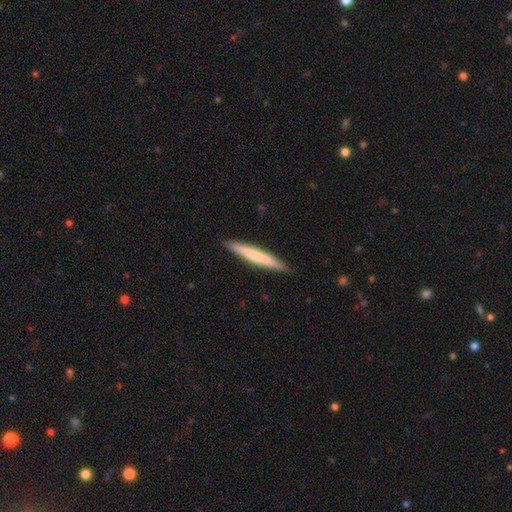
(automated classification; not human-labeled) Q: Smooth or featured?
A: smooth (64%); runner-up: featured or disk (31%)
Q: How rounded?
A: cigar-shaped (95%); runner-up: in between (3%)
Q: Merging?
A: none (90%); runner-up: minor disturbance (8%)